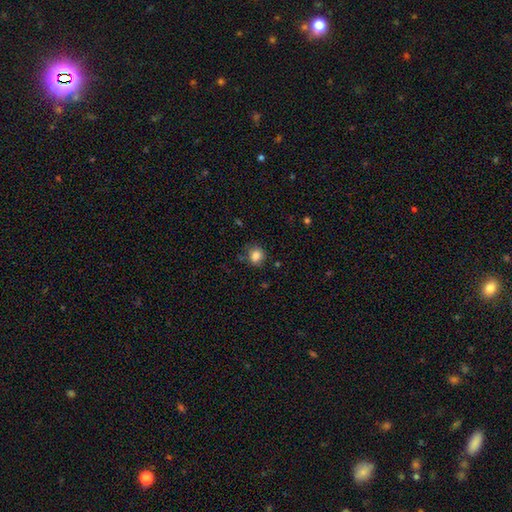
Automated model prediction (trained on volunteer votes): Overall: smooth (84%). How rounded: round (75%). Merging: none (77%).